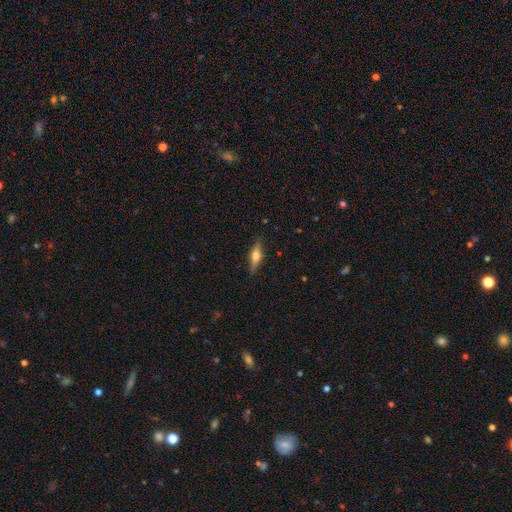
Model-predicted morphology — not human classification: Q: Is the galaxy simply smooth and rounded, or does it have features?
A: featured or disk — 48%.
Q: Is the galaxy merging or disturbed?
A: none — 85%.